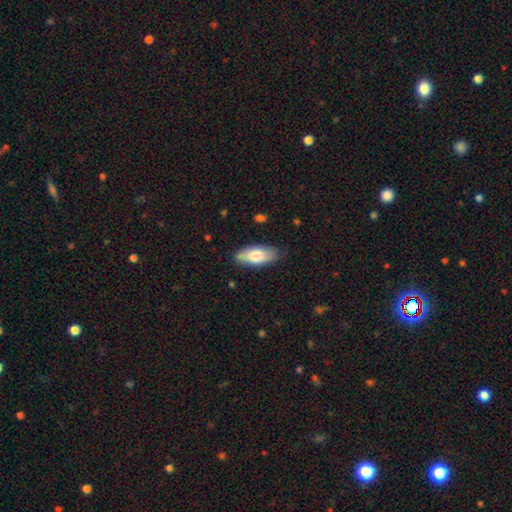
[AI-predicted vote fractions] smooth 78%, featured or disk 16%, star or artifact 6%. Down the decision tree: how rounded — in between (86%); merging — none (81%).